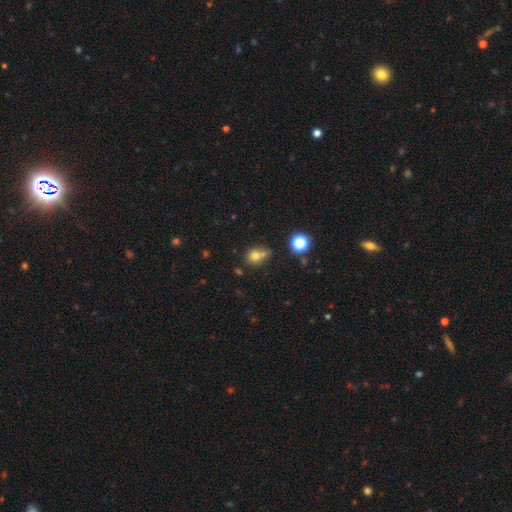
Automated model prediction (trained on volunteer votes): This is likely a smooth galaxy (74%). How rounded: likely round (76%). Merging: possibly none (48%).